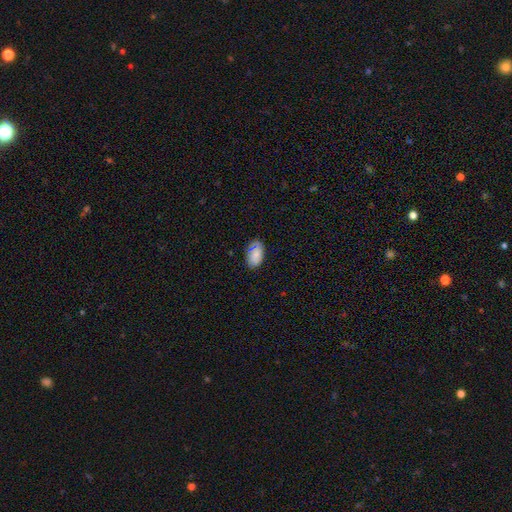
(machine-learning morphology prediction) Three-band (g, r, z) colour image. It shows a smooth galaxy with no disk features (78%) that is in between round and cigar-shaped (93%). Merging: none (73%).